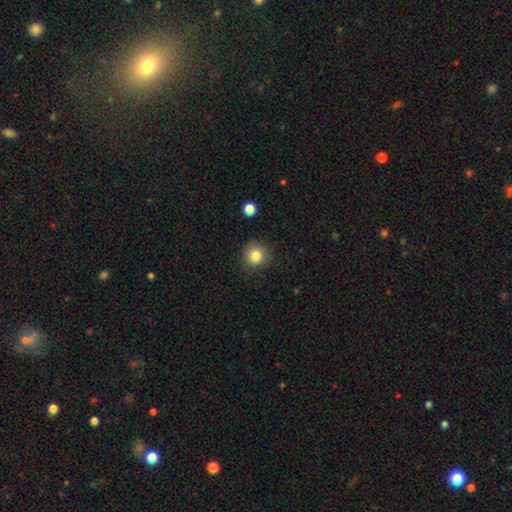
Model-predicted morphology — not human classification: The model was most divided on "smooth or featured": smooth: 83%, star or artifact: 11%, featured or disk: 6%. More confident: how rounded — round (93%); merging — none (88%).